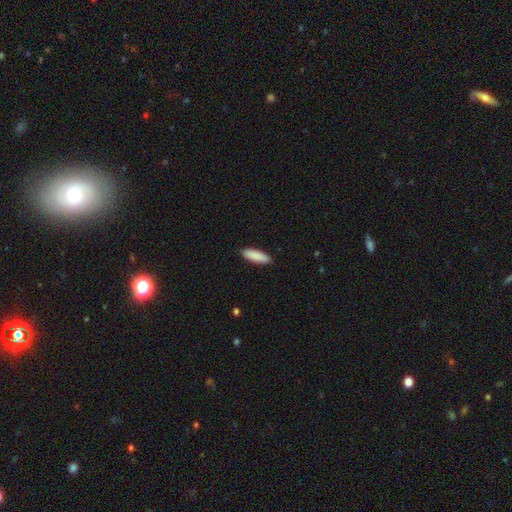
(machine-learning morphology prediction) A smooth galaxy with no disk features (90%) that is in between round and cigar-shaped (49%, tied with cigar-shaped).

Vote fractions:
- Smooth or featured? smooth: 90% / star or artifact: 5% / featured or disk: 5%
- How rounded? in between: 49% (tied) / cigar-shaped: 49% (tied) / round: 1%
- Merging? none: 90% / minor disturbance: 8% / major disturbance: 1% / merger: 1%